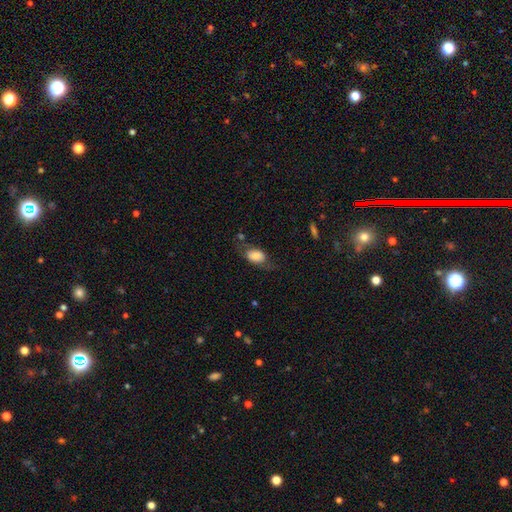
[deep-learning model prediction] Smooth or featured: smooth — 70% (featured or disk — 23%)
How rounded: in between — 85% (round — 12%)
Merging: none — 53% (minor disturbance — 24%)